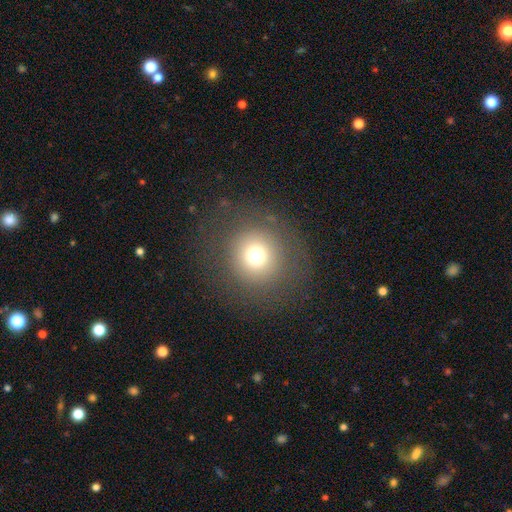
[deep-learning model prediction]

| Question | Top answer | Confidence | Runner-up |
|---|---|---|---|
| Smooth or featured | smooth | 72% | star or artifact (17%) |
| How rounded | round | 94% | in between (5%) |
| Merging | none | 83% | minor disturbance (9%) |